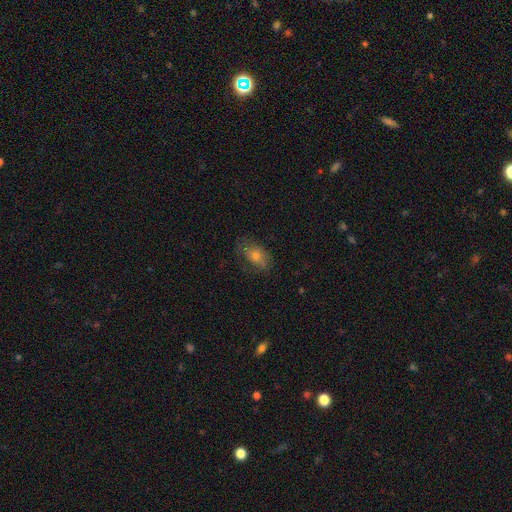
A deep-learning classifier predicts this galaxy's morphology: A smooth galaxy with no disk features (57%) that is in between round and cigar-shaped (84%). Merging: none (69%).